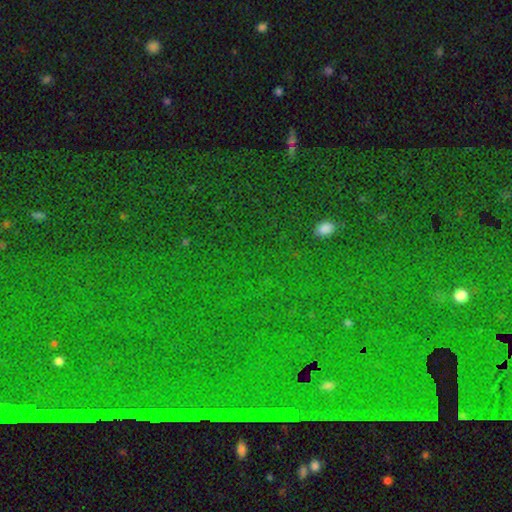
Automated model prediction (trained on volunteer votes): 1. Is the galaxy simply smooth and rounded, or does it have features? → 77% star or artifact, 15% smooth, 8% featured or disk.